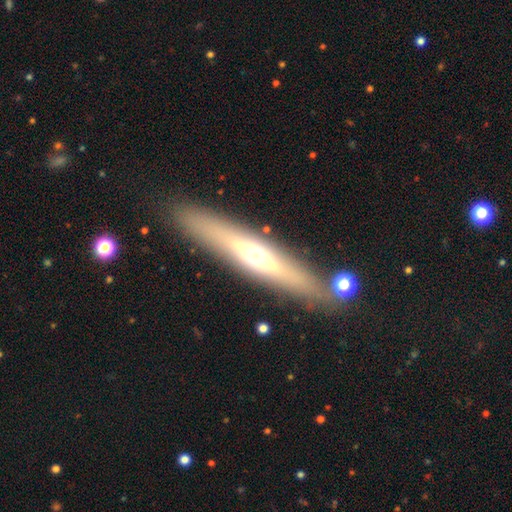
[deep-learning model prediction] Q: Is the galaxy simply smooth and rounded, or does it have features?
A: featured or disk — 59%.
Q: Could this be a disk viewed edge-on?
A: yes — 87%.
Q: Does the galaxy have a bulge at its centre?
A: rounded — 80%.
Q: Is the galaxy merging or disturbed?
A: none — 84%.